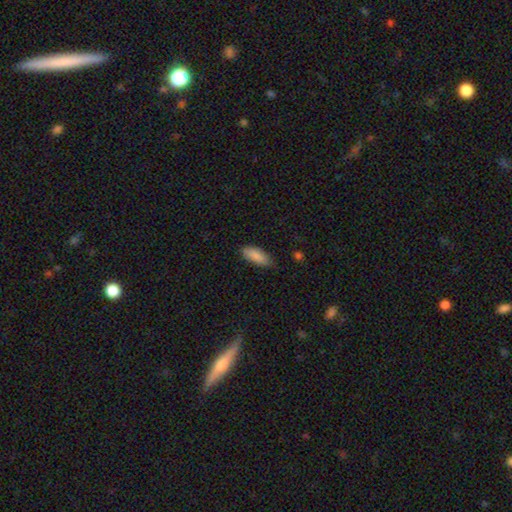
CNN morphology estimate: A smooth galaxy with no disk features (88%) that is in between round and cigar-shaped (81%). Merging: none (79%).